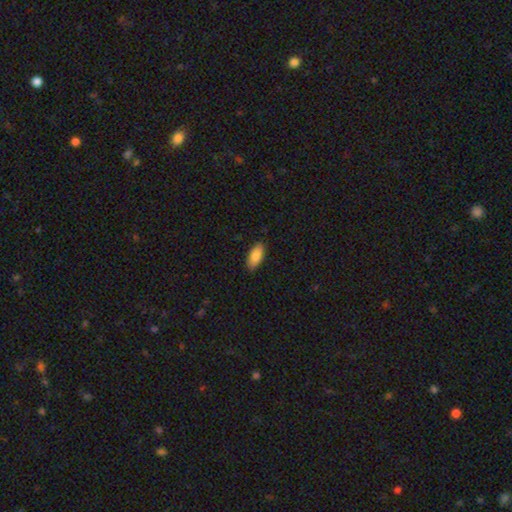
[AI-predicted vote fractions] Morphology: type=smooth (87%); roundness=in between (86%); merging=none (88%).